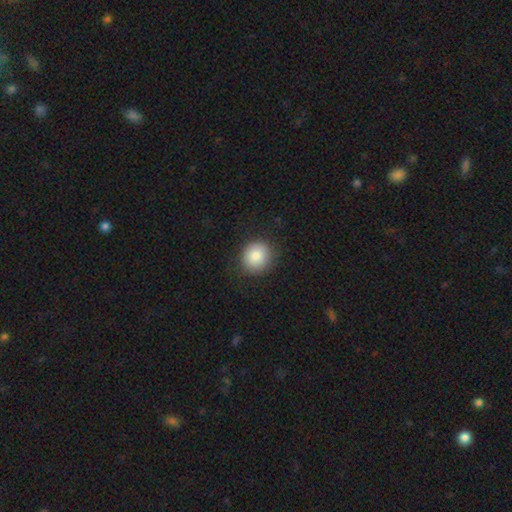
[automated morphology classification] smooth 85%, star or artifact 8%, featured or disk 6%. Down the decision tree: how rounded — round (80%); merging — none (84%).